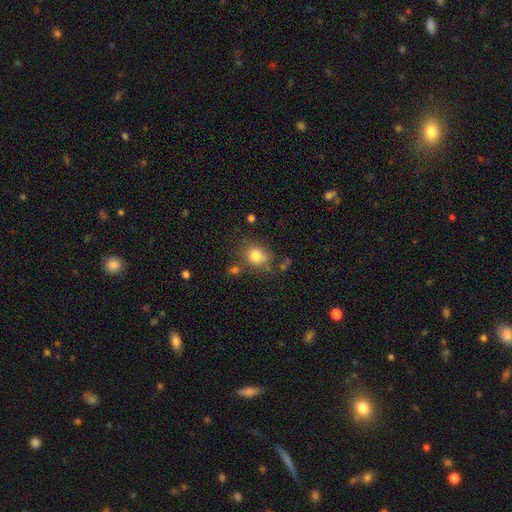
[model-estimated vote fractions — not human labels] Smooth or featured?
  - smooth: 80% *
  - star or artifact: 11%
  - featured or disk: 9%
How rounded?
  - round: 61% *
  - in between: 38%
  - cigar-shaped: 1%
Merging?
  - none: 69% *
  - minor disturbance: 17%
  - merger: 8%
  - major disturbance: 6%